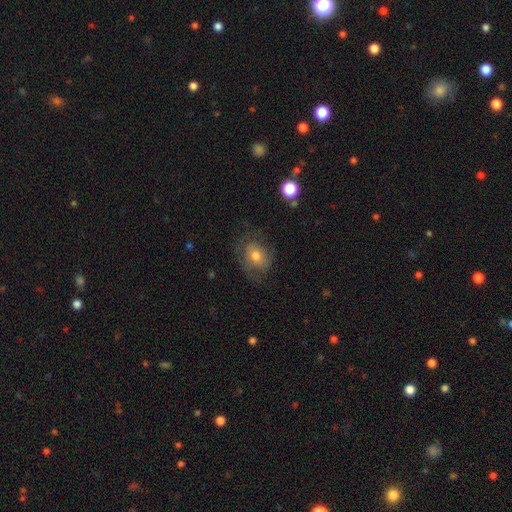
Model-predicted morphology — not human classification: smooth-or-featured: smooth: 53% | featured or disk: 37% | star or artifact: 10%
  how-rounded: in between: 53% | round: 46% | cigar-shaped: 1%
  merging: none: 61% | minor disturbance: 23% | major disturbance: 15% | merger: 1%